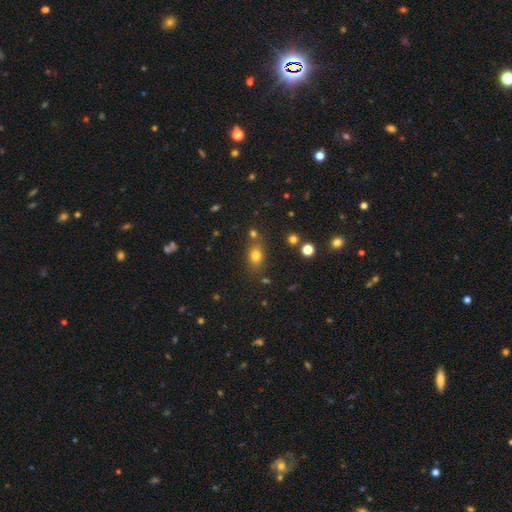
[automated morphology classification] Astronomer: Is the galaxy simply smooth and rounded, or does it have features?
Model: smooth — 76%.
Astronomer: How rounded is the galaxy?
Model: in between — 62%.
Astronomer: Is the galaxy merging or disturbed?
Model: none — 69%.